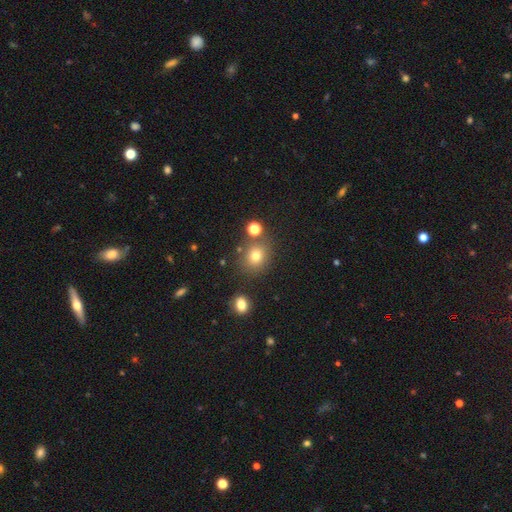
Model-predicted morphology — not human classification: Overall: smooth (74%). How rounded: round (73%). Merging: none (75%).